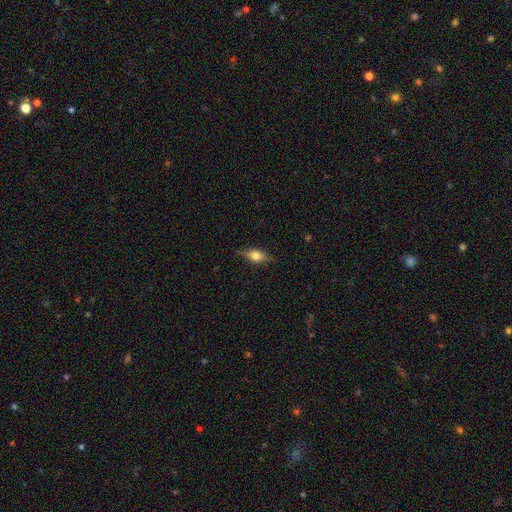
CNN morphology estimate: A featured or disk galaxy (53%) viewed edge-on (93%). Merging: none (82%).